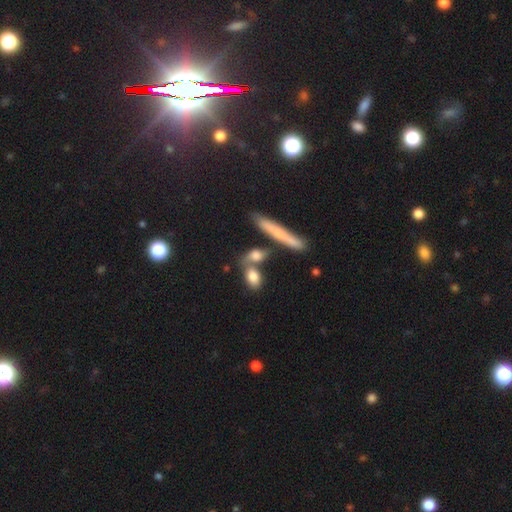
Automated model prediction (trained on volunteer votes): A smooth galaxy with no disk features (35%).

Vote fractions:
- Smooth or featured? smooth: 35% / featured or disk: 33% / star or artifact: 33%
- Merging? none: 75% / minor disturbance: 11% / merger: 10% / major disturbance: 5%